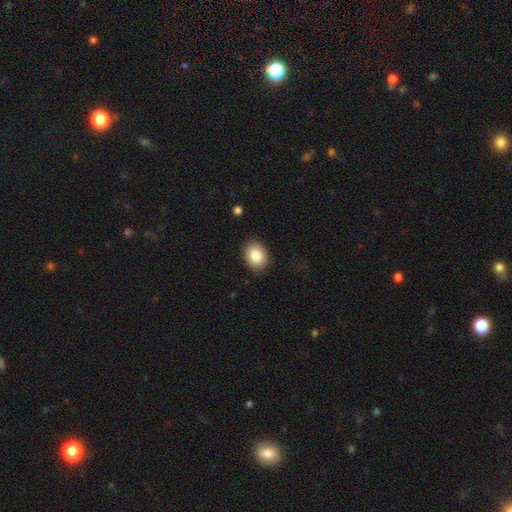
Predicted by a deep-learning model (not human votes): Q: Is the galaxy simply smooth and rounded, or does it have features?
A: smooth — 85%.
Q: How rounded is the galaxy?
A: in between — 61%.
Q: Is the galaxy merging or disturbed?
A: none — 87%.